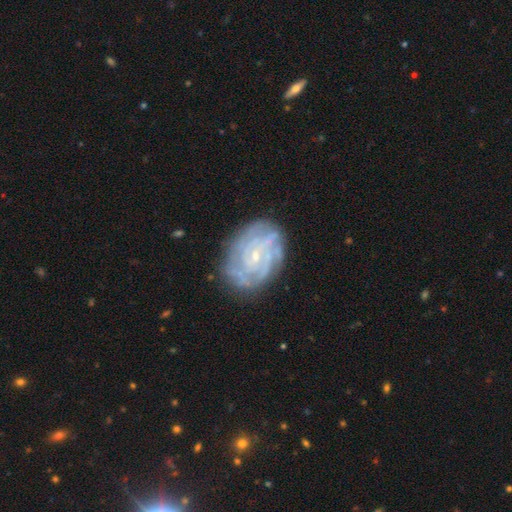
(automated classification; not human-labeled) Smooth or featured? featured or disk (82%)
Edge-on disk? no (97%)
Bar? no (67%)
Spiral arms? yes (94%)
Spiral winding? tight (69%)
Spiral arm count? can't tell (36%)
Bulge size? small (80%)
Merging? none (78%)